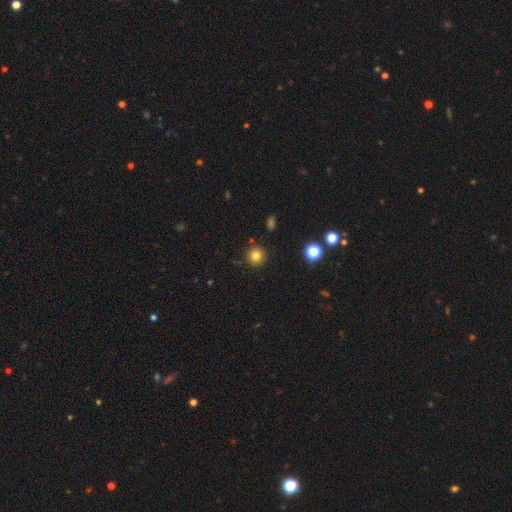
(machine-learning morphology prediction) Smooth or featured? Predicted: smooth (p=0.80). How rounded? Predicted: round (p=0.93). Merging? Predicted: none (p=0.89).